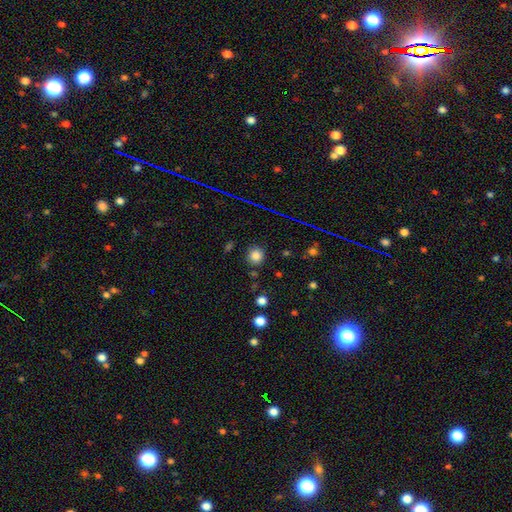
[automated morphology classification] This is clearly a smooth galaxy (80%). How rounded: clearly round (88%). Merging: clearly none (84%).